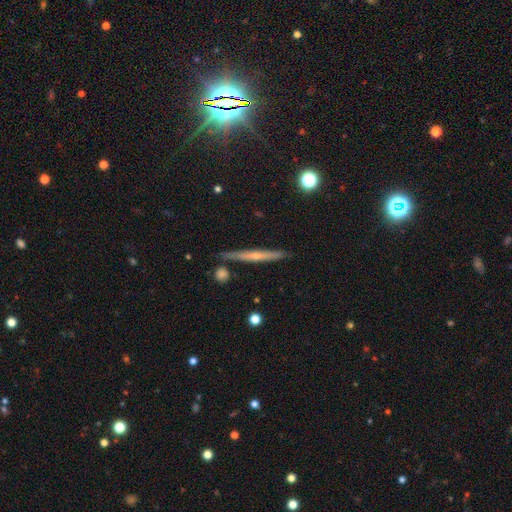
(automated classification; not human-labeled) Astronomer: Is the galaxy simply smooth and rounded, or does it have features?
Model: featured or disk — 59%.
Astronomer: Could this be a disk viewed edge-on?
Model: yes — 96%.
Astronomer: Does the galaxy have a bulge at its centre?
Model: rounded — 50% (runner-up: none, 45%).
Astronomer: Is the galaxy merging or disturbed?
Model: none — 86%.